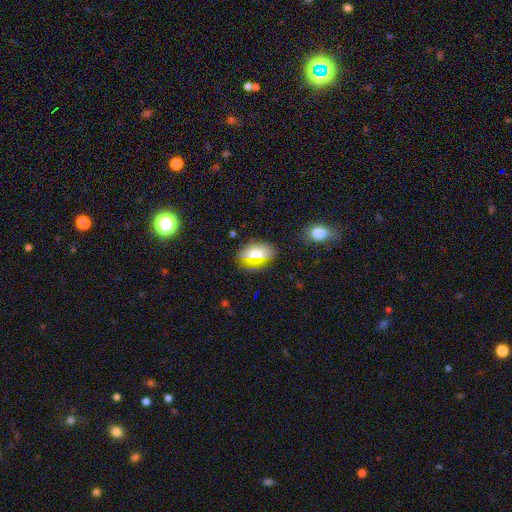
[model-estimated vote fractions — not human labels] smooth 66%, featured or disk 18%, star or artifact 16%. Down the decision tree: how rounded — in between (76%); merging — none (81%).